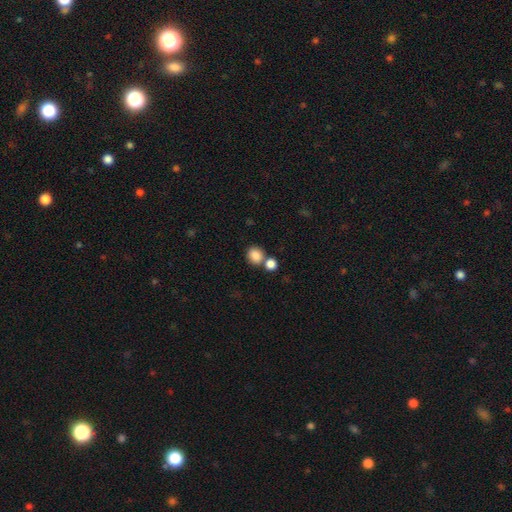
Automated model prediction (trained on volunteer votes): Overall: smooth (85%). How rounded: round (79%). Merging: none (59%; merger 29%).